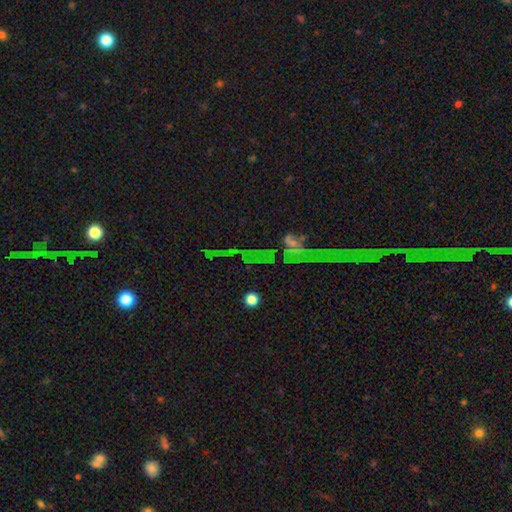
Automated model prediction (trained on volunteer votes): The model was most divided on "smooth or featured": star or artifact: 72%, featured or disk: 16%, smooth: 12%.